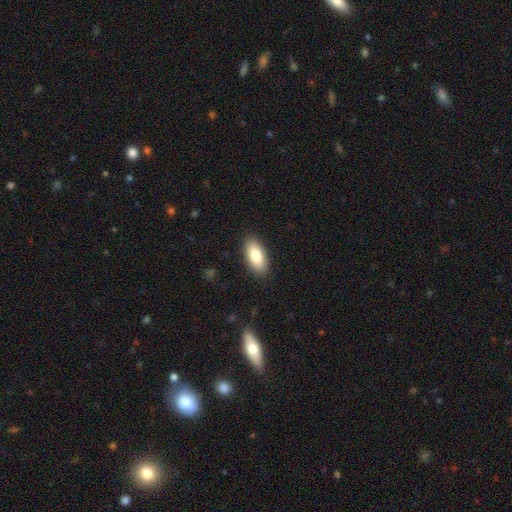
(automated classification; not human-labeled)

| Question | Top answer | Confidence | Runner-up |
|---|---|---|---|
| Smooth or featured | smooth | 83% | featured or disk (11%) |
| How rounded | in between | 89% | cigar-shaped (9%) |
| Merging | none | 89% | minor disturbance (8%) |